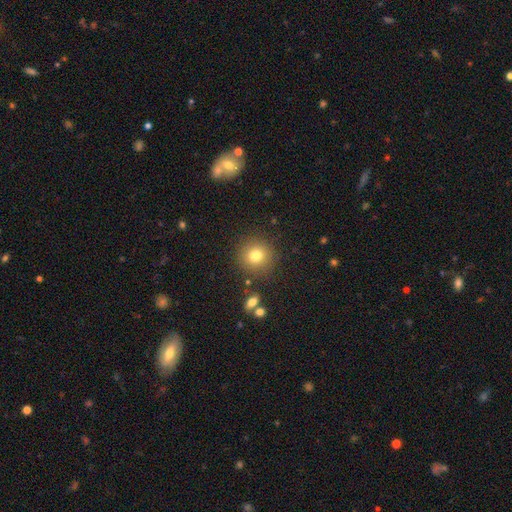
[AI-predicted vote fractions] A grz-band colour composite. It shows a smooth galaxy with no disk features (79%) that is round (93%). Merging: none (87%).